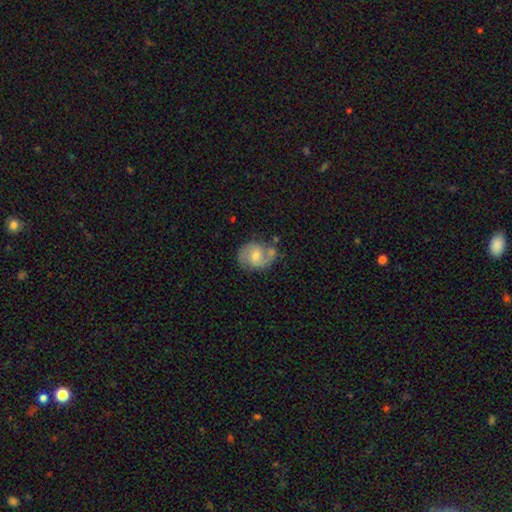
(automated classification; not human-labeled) Smooth or featured: featured or disk — 61% (smooth — 32%)
Edge-on disk: no — 97% (yes — 3%)
Bar: weak — 54% (no — 33%)
Spiral arms: yes — 85% (no — 15%)
Spiral winding: medium — 51% (loose — 26%)
Spiral arm count: 2 — 83% (can't tell — 8%)
Bulge size: moderate — 49% (small — 43%)
Merging: none — 59% (minor disturbance — 21%)